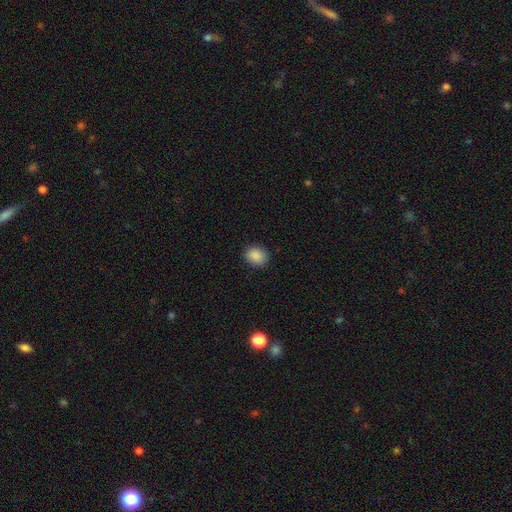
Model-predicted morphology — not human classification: Q: Smooth or featured?
A: smooth (88%); runner-up: star or artifact (9%)
Q: How rounded?
A: round (59%); runner-up: in between (41%)
Q: Merging?
A: none (88%); runner-up: minor disturbance (9%)